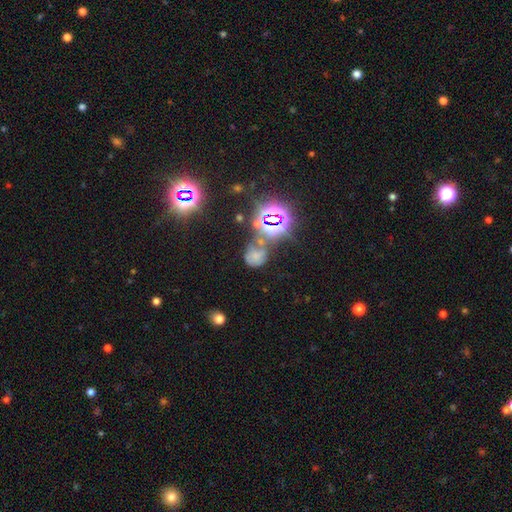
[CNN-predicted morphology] A smooth galaxy with no disk features (46%).

Vote fractions:
- Smooth or featured? smooth: 46% / star or artifact: 36% / featured or disk: 18%
- Merging? none: 34% / merger: 29% / minor disturbance: 19% / major disturbance: 17%